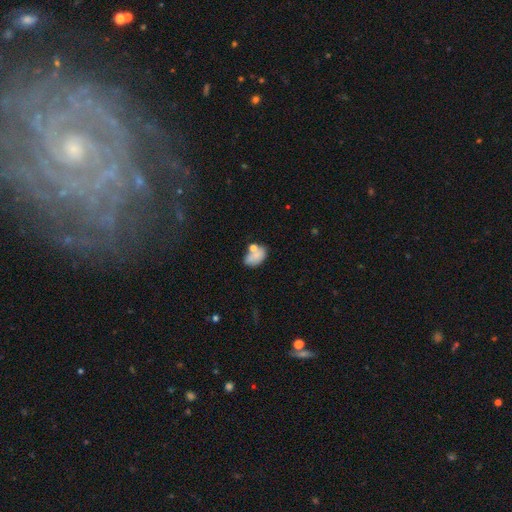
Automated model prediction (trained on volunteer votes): Morphology: type=smooth (75%); roundness=in between (85%); merging=none (50%).